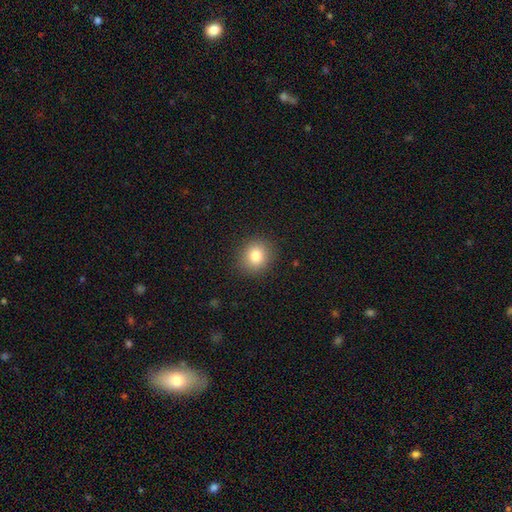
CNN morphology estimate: Smooth or featured? Predicted: smooth (p=0.82). How rounded? Predicted: round (p=0.81). Merging? Predicted: none (p=0.89).